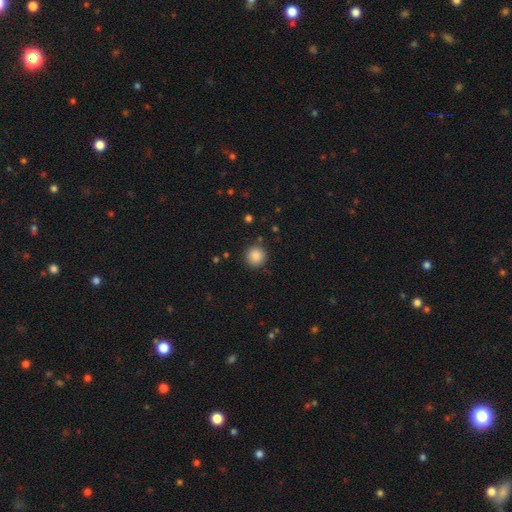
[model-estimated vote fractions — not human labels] A smooth galaxy with no disk features (87%) that is round (94%).

Vote fractions:
- Smooth or featured? smooth: 87% / star or artifact: 10% / featured or disk: 3%
- How rounded? round: 94% / in between: 5% / cigar-shaped: 1%
- Merging? none: 89% / minor disturbance: 7% / major disturbance: 2% / merger: 2%